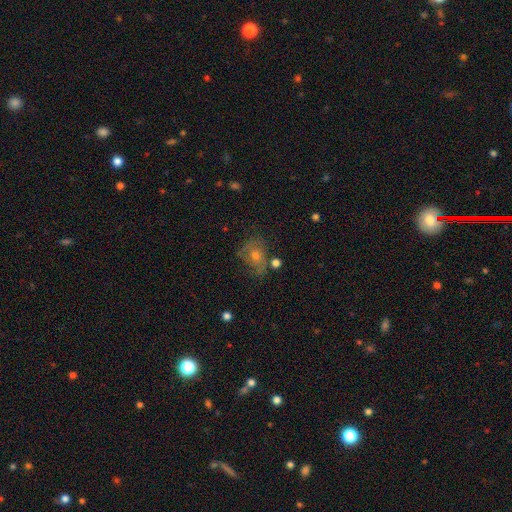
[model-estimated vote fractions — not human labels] A featured or disk galaxy (50%). Merging: none (55%).